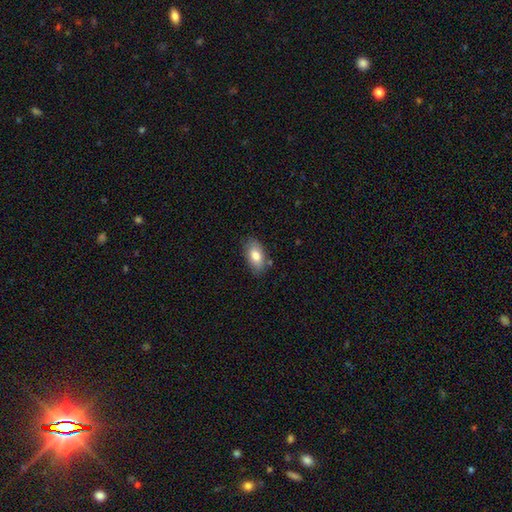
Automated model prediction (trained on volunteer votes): smooth-or-featured: smooth: 81% | featured or disk: 12% | star or artifact: 7%
  how-rounded: in between: 92% | round: 6% | cigar-shaped: 3%
  merging: none: 79% | minor disturbance: 15% | merger: 3% | major disturbance: 3%